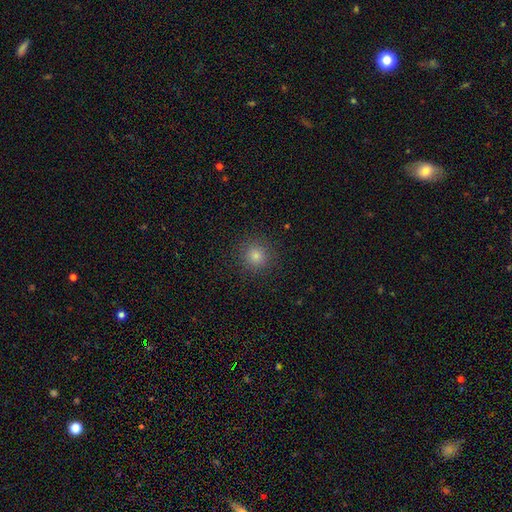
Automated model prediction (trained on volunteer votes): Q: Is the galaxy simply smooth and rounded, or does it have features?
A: smooth — 78%.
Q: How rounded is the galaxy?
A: round — 94%.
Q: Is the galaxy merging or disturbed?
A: none — 91%.